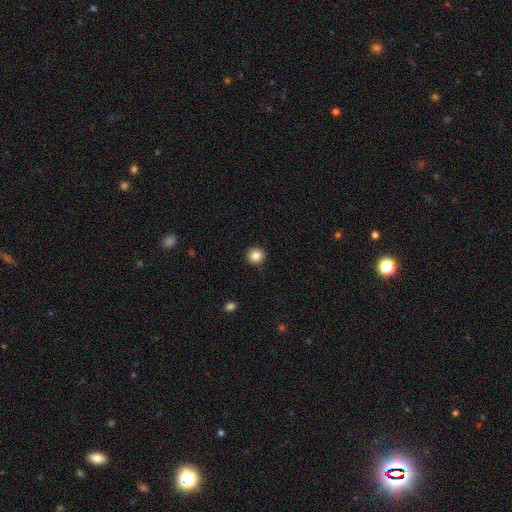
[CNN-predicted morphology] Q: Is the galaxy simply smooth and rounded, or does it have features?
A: smooth — 85%.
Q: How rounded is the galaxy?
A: round — 93%.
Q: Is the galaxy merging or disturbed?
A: none — 92%.